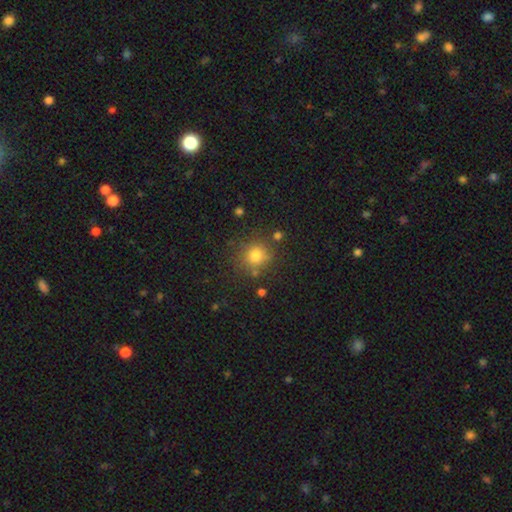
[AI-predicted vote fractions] smooth_or_featured: smooth (p=0.79) [alt: star or artifact p=0.14]
how_rounded: round (p=0.88) [alt: in between p=0.12]
merging: none (p=0.78) [alt: minor disturbance p=0.12]